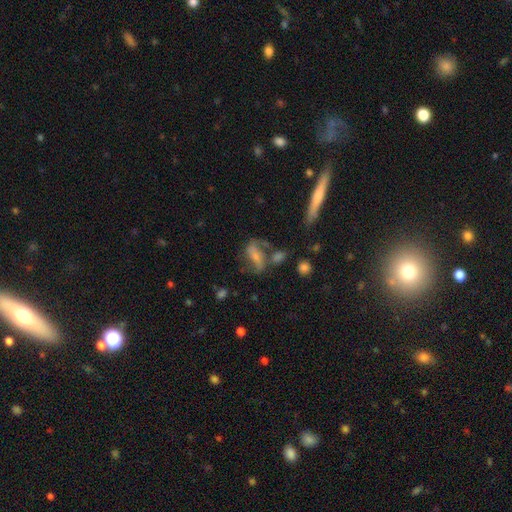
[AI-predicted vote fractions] The model was most divided on "merging": none: 40%, major disturbance: 22%, minor disturbance: 19%, merger: 18%. More confident: edge-on disk — no (89%); smooth or featured — featured or disk (56%).